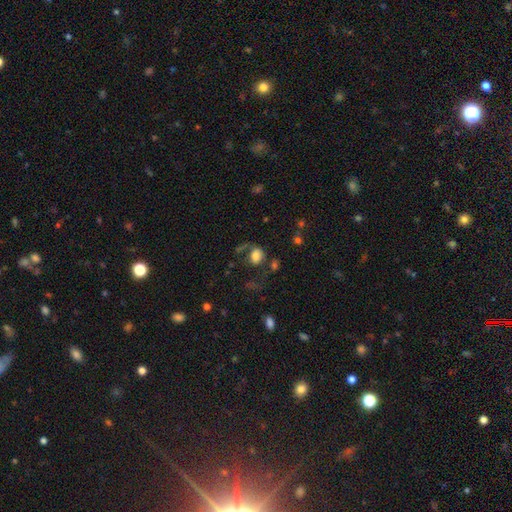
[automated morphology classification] A smooth galaxy with no disk features (70%) that is in between round and cigar-shaped (60%).

Vote fractions:
- Smooth or featured? smooth: 70% / featured or disk: 18% / star or artifact: 12%
- How rounded? in between: 60% / round: 38% / cigar-shaped: 1%
- Merging? none: 39% / major disturbance: 31% / minor disturbance: 18% / merger: 11%